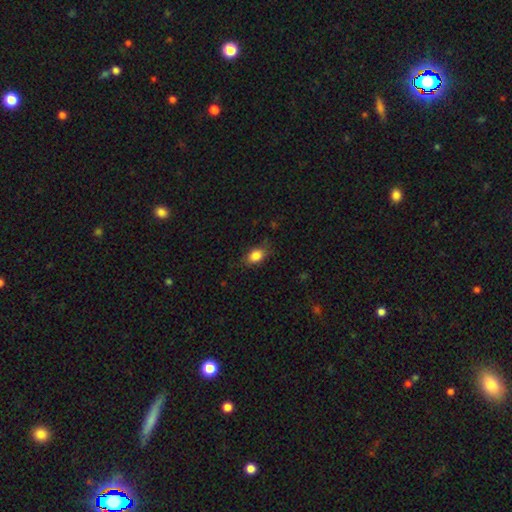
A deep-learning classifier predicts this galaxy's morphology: Q: Smooth or featured?
A: smooth (85%); runner-up: star or artifact (9%)
Q: How rounded?
A: in between (81%); runner-up: round (16%)
Q: Merging?
A: none (77%); runner-up: minor disturbance (17%)